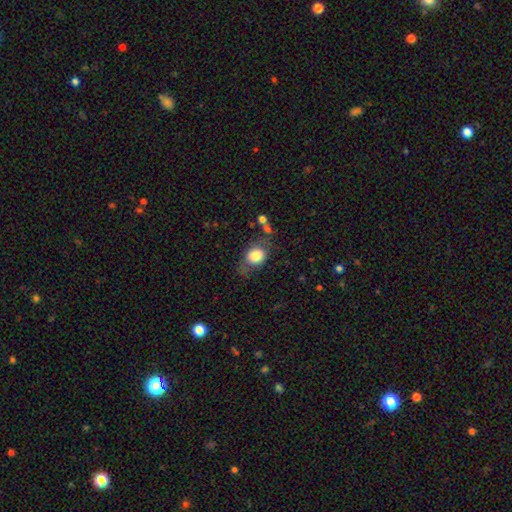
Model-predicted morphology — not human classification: This is likely a smooth galaxy (76%). How rounded: possibly in between (49%, tied with round). Merging: possibly none (57%).